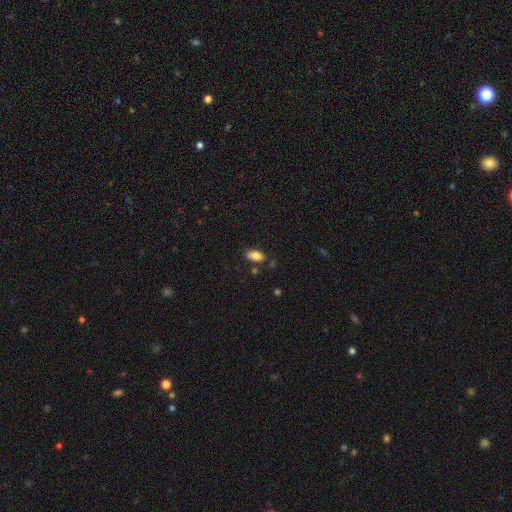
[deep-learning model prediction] A smooth galaxy with no disk features (80%) that is in between round and cigar-shaped (90%).

Vote fractions:
- Smooth or featured? smooth: 80% / featured or disk: 12% / star or artifact: 8%
- How rounded? in between: 90% / cigar-shaped: 6% / round: 4%
- Merging? none: 71% / minor disturbance: 17% / merger: 7% / major disturbance: 4%